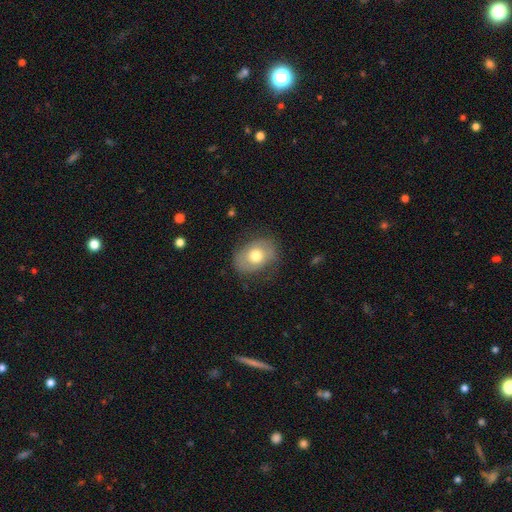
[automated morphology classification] Smooth or featured? Predicted: smooth (p=0.62). How rounded? Predicted: in between (p=0.65). Merging? Predicted: none (p=0.70).